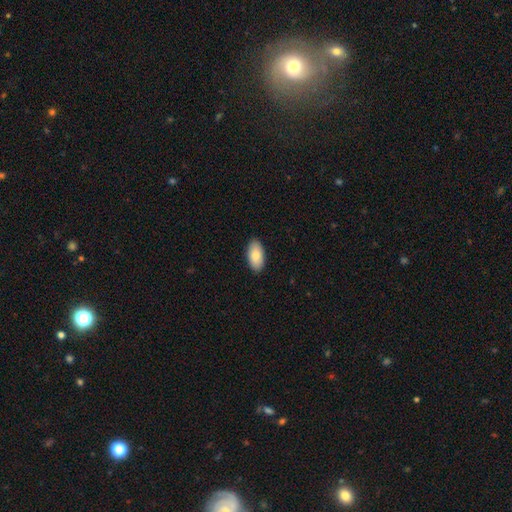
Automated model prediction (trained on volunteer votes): The model was most divided on "smooth or featured": smooth: 83%, featured or disk: 11%, star or artifact: 6%. More confident: how rounded — in between (95%); merging — none (89%).